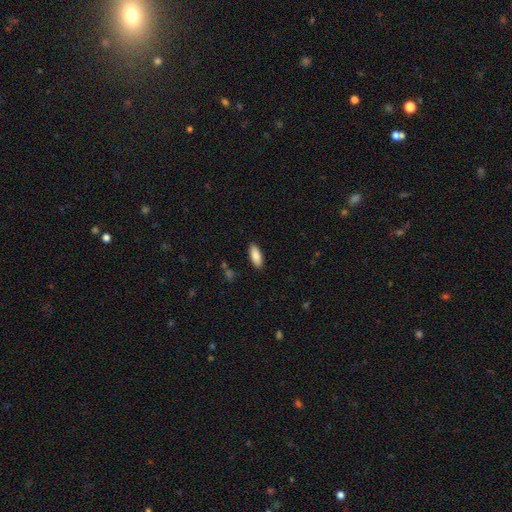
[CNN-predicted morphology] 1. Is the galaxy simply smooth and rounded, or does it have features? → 87% smooth, 7% featured or disk, 6% star or artifact.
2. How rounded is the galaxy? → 76% in between, 22% cigar-shaped, 2% round.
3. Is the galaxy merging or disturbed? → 88% none, 8% minor disturbance, 2% major disturbance, 1% merger.